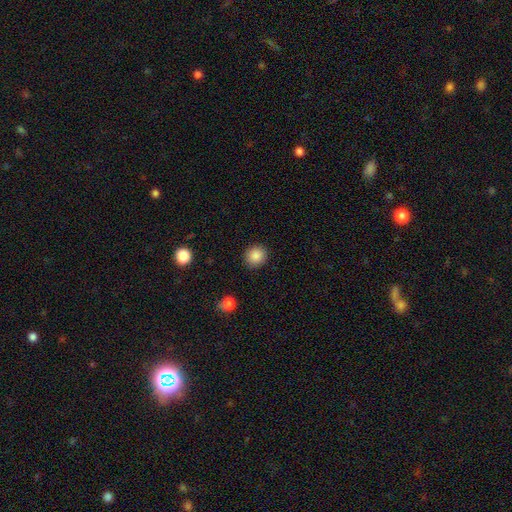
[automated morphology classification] smooth-or-featured: smooth: 87% | star or artifact: 9% | featured or disk: 4%
  how-rounded: round: 89% | in between: 10% | cigar-shaped: 1%
  merging: none: 90% | minor disturbance: 6% | major disturbance: 2% | merger: 1%